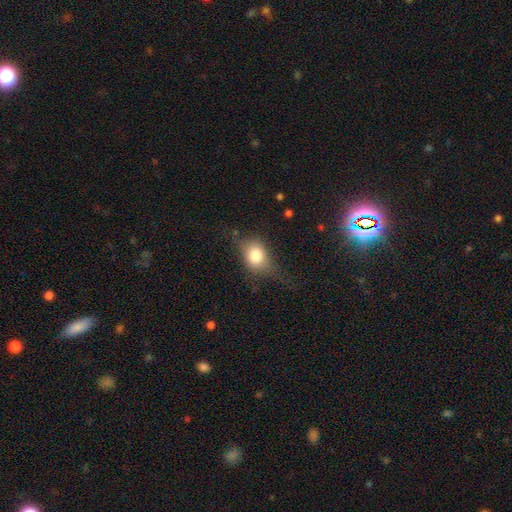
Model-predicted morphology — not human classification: Smooth or featured: smooth — 76% (featured or disk — 15%)
How rounded: in between — 59% (round — 39%)
Merging: none — 52% (minor disturbance — 29%)